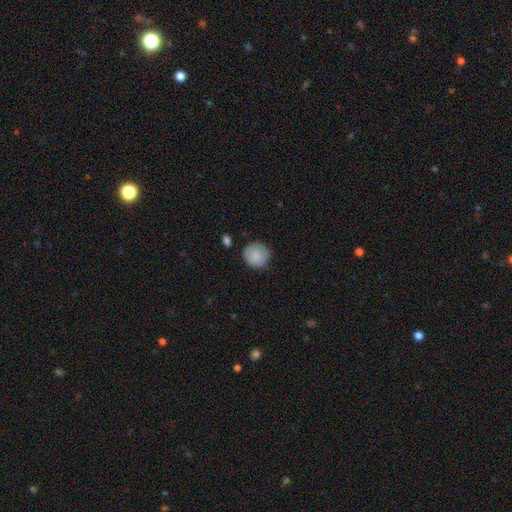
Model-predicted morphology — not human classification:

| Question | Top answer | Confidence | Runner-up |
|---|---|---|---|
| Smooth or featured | smooth | 87% | star or artifact (7%) |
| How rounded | round | 92% | in between (7%) |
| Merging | none | 82% | minor disturbance (13%) |